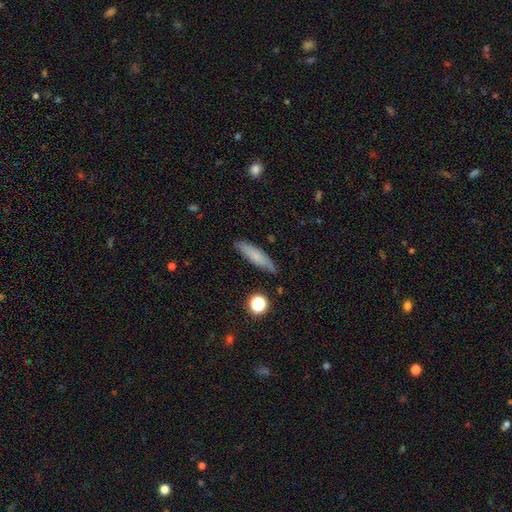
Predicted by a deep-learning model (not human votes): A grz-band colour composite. It shows a smooth galaxy with no disk features (71%) that is cigar-shaped (71%). Merging: none (79%).